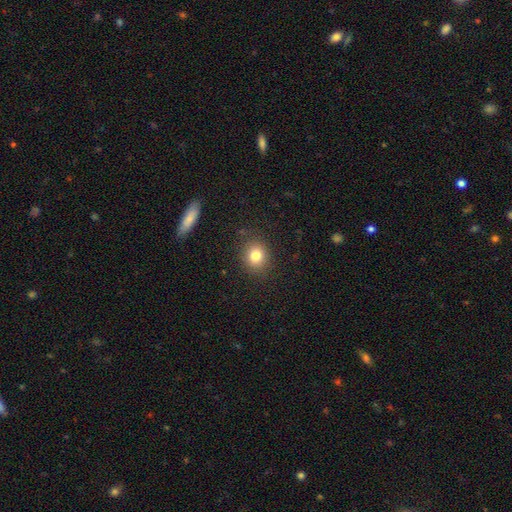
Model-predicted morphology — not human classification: This appears to be a smooth galaxy with no disk features (80%) that is round (68%). Merging: none (86%).